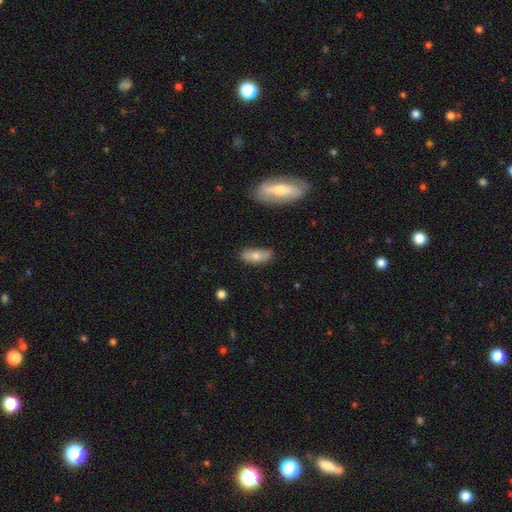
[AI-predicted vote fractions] This is likely a smooth galaxy (65%). How rounded: likely in between (69%). Merging: clearly none (81%).